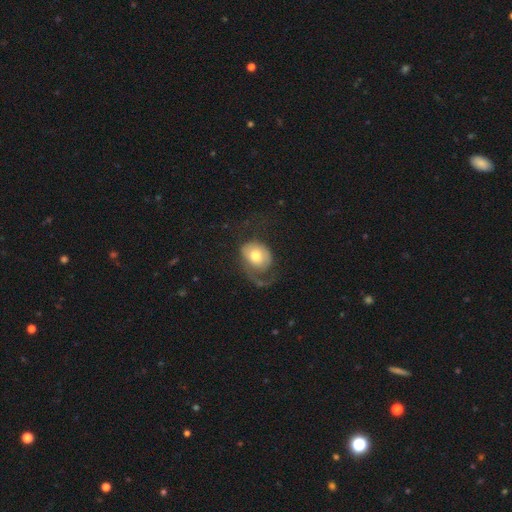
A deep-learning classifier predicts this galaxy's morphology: The model was most divided on "smooth or featured": smooth: 52%, featured or disk: 41%, star or artifact: 6%. Remaining: how rounded — in between (55%); merging — major disturbance (48%).